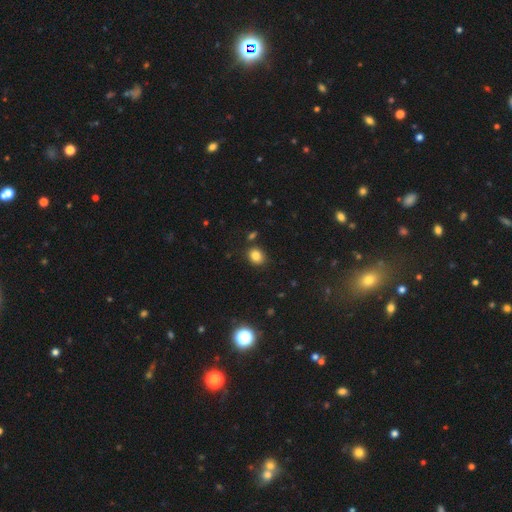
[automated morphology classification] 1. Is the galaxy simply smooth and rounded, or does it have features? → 83% smooth, 11% star or artifact, 6% featured or disk.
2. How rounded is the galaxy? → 51% round, 48% in between, 1% cigar-shaped.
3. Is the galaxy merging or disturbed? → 81% none, 11% minor disturbance, 5% merger, 3% major disturbance.